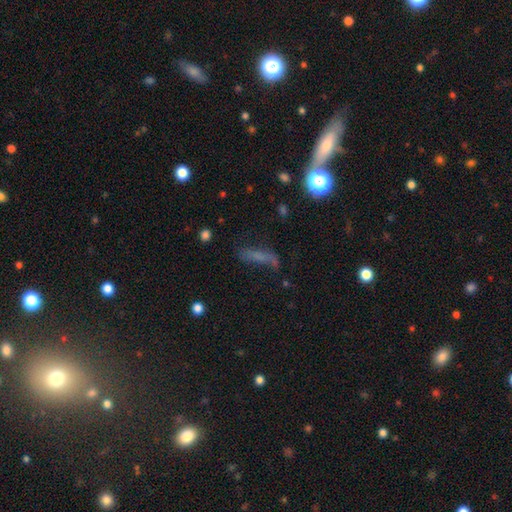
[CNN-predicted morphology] The model was most divided on "smooth or featured": smooth: 48%, featured or disk: 30%, star or artifact: 23%. More confident: merging — none (51%).